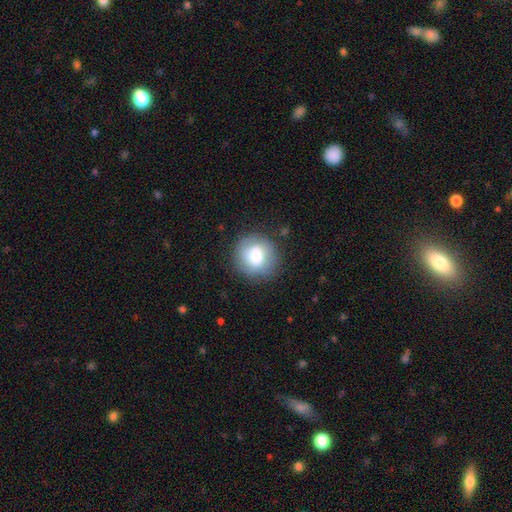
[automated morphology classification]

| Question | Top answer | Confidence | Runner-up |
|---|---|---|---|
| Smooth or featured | smooth | 69% | featured or disk (23%) |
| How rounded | round | 91% | in between (8%) |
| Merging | none | 81% | minor disturbance (12%) |